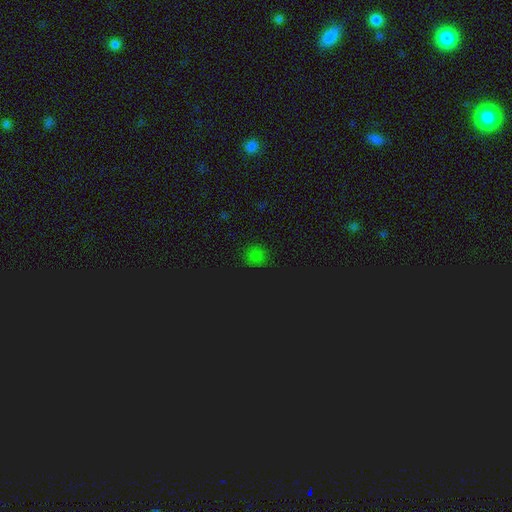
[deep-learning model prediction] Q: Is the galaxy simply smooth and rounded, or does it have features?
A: smooth — 62%.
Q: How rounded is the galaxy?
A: round — 80%.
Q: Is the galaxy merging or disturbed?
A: none — 85%.